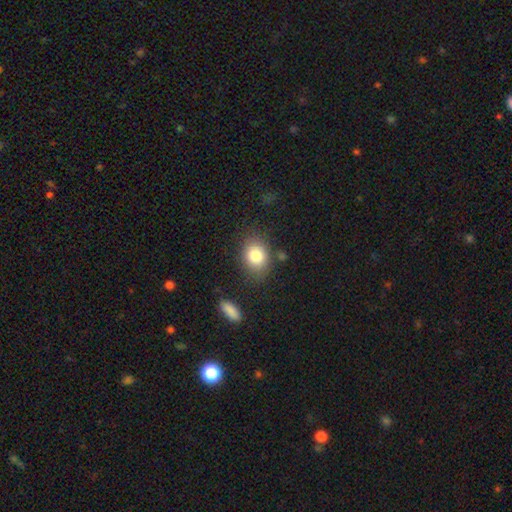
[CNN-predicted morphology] Overall: smooth (82%). How rounded: in between (58%; round 41%). Merging: none (77%).